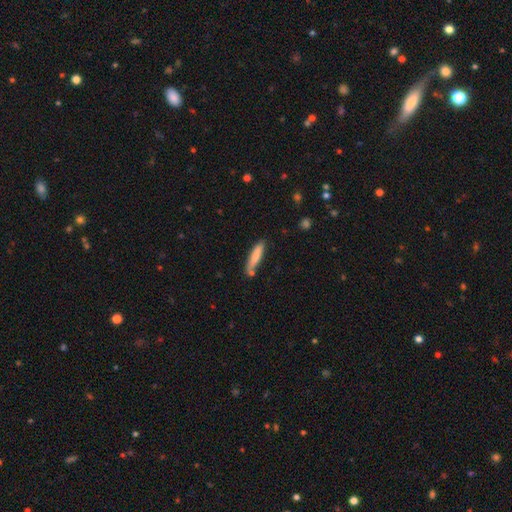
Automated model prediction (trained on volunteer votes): This is likely a smooth galaxy (79%). How rounded: clearly cigar-shaped (85%). Merging: likely none (71%).